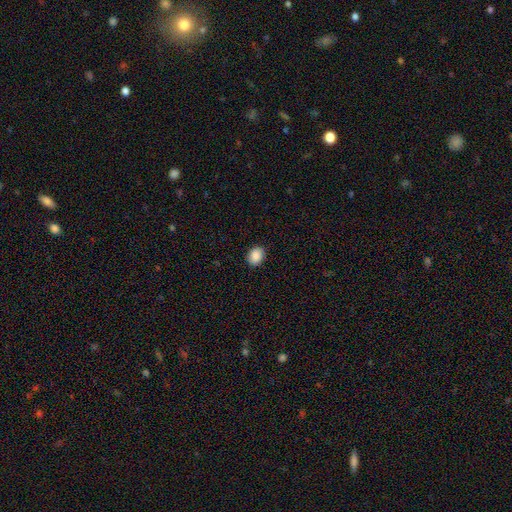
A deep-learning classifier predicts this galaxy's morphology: Smooth or featured: smooth — 88% (star or artifact — 8%)
How rounded: in between — 56% (round — 43%)
Merging: none — 90% (minor disturbance — 8%)